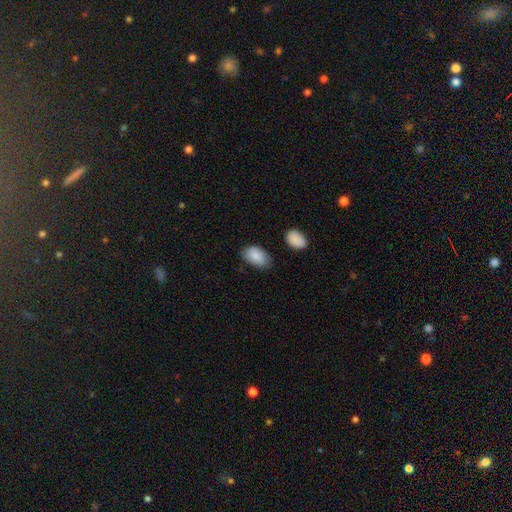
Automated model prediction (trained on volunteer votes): smooth 88%, star or artifact 6%, featured or disk 6%. Down the decision tree: how rounded — in between (92%); merging — none (71%).